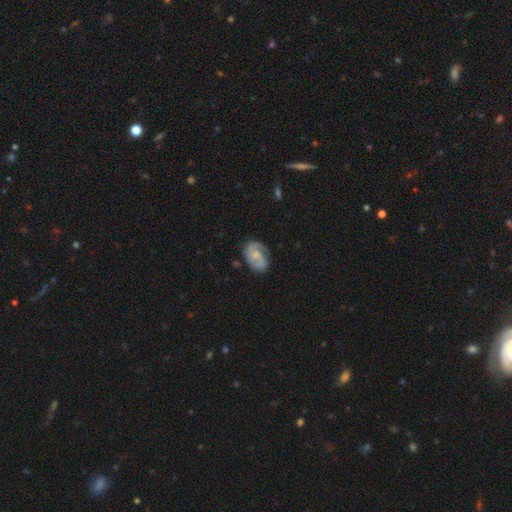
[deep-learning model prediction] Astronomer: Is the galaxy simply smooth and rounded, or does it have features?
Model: featured or disk — 77%.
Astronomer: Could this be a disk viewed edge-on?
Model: no — 98%.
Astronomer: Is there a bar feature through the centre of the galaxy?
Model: no — 58% (runner-up: weak, 36%).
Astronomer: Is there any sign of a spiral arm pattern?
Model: yes — 95%.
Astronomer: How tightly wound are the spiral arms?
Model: medium — 47% (runner-up: tight, 34%).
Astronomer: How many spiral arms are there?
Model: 2 — 79%.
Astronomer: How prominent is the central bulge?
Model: small — 50% (runner-up: moderate, 34%).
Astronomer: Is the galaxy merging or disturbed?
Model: none — 70%.